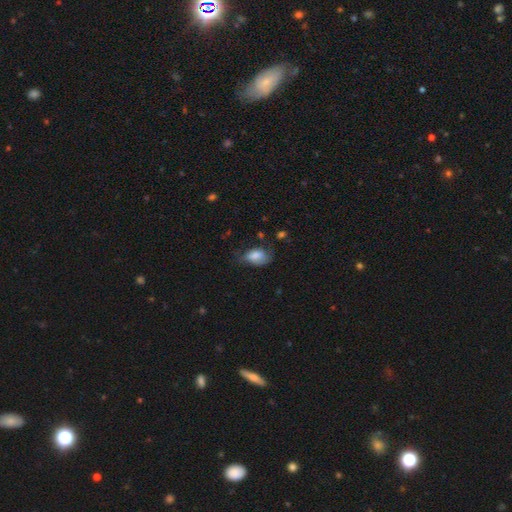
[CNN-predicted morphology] type=smooth (75%); roundness=in between (88%); merging=none (43%).